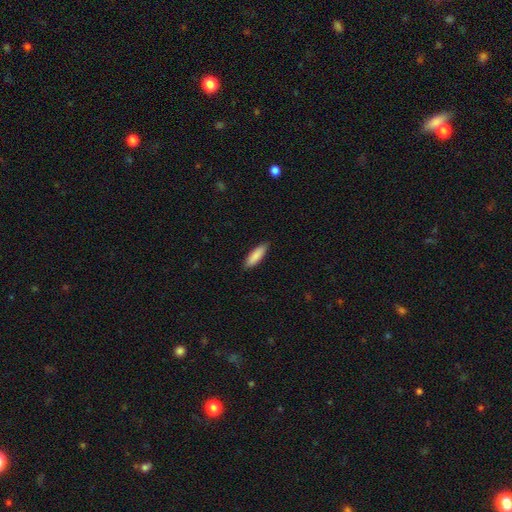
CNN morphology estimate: smooth-or-featured: smooth: 87% | featured or disk: 7% | star or artifact: 5%
  how-rounded: cigar-shaped: 53% | in between: 46% | round: 1%
  merging: none: 87% | minor disturbance: 10% | major disturbance: 2% | merger: 1%